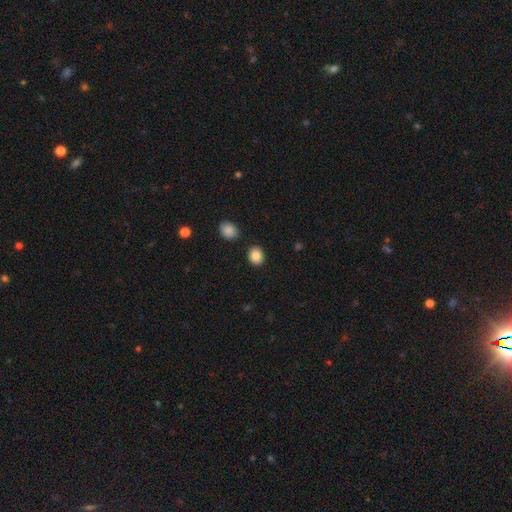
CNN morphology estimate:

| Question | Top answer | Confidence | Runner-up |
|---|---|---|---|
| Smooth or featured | smooth | 87% | star or artifact (9%) |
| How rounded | round | 58% | in between (41%) |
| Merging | none | 86% | minor disturbance (8%) |